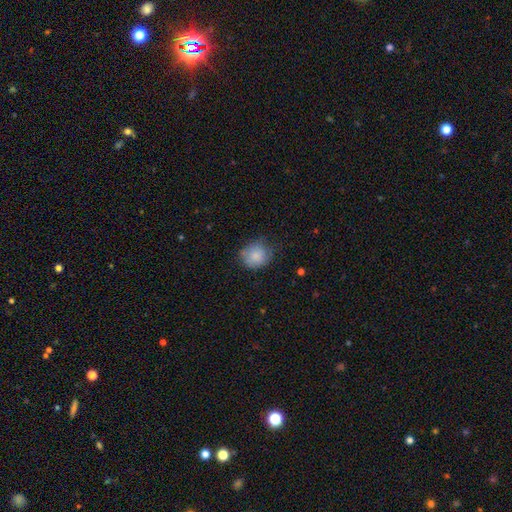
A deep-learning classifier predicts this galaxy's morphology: Smooth or featured?
  - smooth: 79% *
  - featured or disk: 13%
  - star or artifact: 7%
How rounded?
  - round: 71% *
  - in between: 29%
  - cigar-shaped: 1%
Merging?
  - none: 60% *
  - minor disturbance: 30%
  - major disturbance: 8%
  - merger: 2%